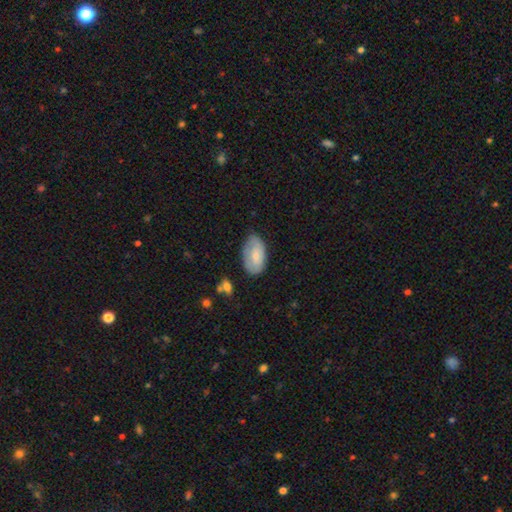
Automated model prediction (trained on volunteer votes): smooth_or_featured: smooth (p=0.66) [alt: featured or disk p=0.27]
how_rounded: in between (p=0.94) [alt: round p=0.04]
merging: none (p=0.69) [alt: minor disturbance p=0.24]